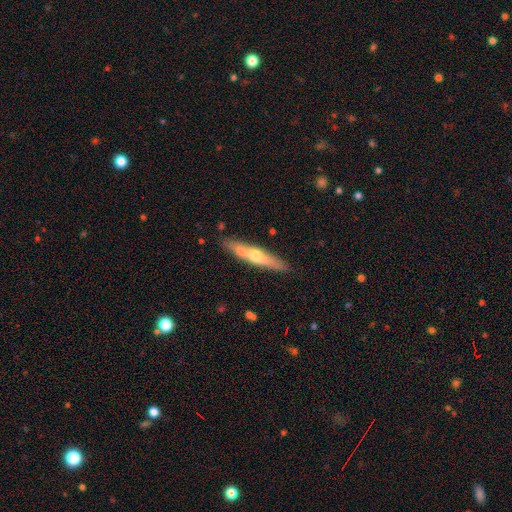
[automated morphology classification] A featured or disk galaxy (48%).

Vote fractions:
- Smooth or featured? featured or disk: 48% / smooth: 46% / star or artifact: 5%
- Merging? none: 77% / minor disturbance: 13% / merger: 8% / major disturbance: 3%